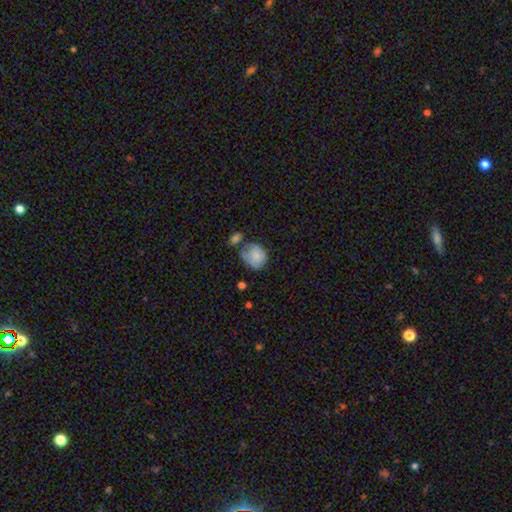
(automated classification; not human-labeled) Smooth or featured? smooth (79%)
How rounded? round (65%)
Merging? none (39%)